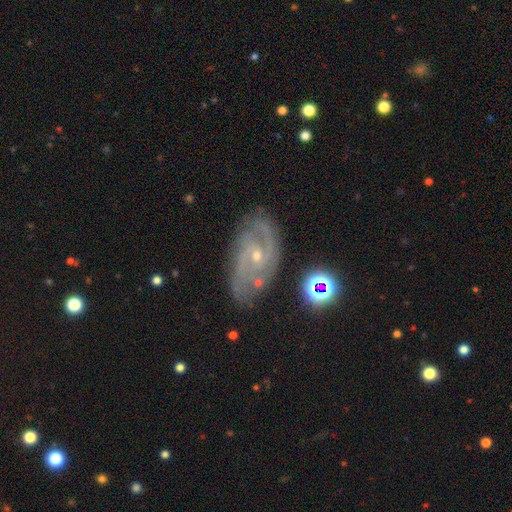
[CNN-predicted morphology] The model was most divided on "spiral winding": medium: 49%, tight: 39%, loose: 12%. More confident: spiral arms — yes (96%); edge-on disk — no (96%); smooth or featured — featured or disk (86%); merging — none (73%); bulge size — small (69%); spiral arm count — 2 (68%); bar — no (52%).